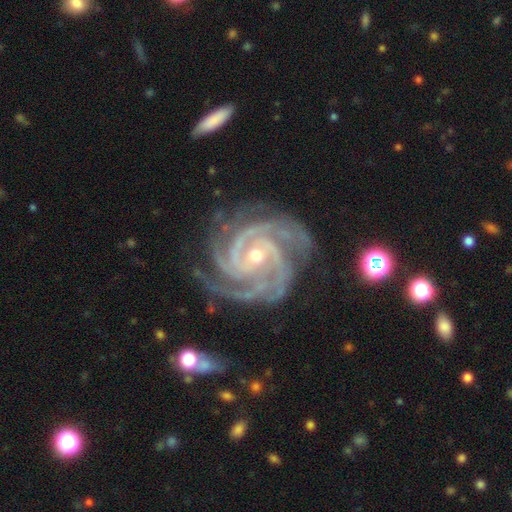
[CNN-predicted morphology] Smooth or featured? Predicted: featured or disk (p=0.94). Edge-on disk? Predicted: no (p=0.98). Bar? Predicted: no (p=0.58). Spiral arms? Predicted: yes (p=0.99). Spiral winding? Predicted: tight (p=0.74). Spiral arm count? Predicted: 3 (p=0.35). Bulge size? Predicted: small (p=0.53). Merging? Predicted: none (p=0.76).